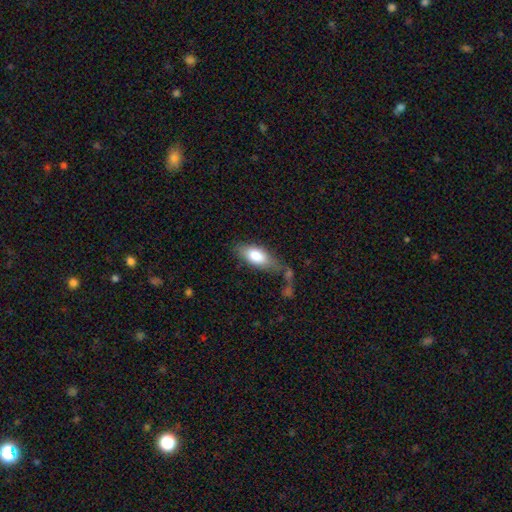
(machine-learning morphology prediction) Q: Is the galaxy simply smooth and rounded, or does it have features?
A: smooth — 77%.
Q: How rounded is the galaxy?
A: in between — 87%.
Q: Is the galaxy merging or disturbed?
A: none — 45%.